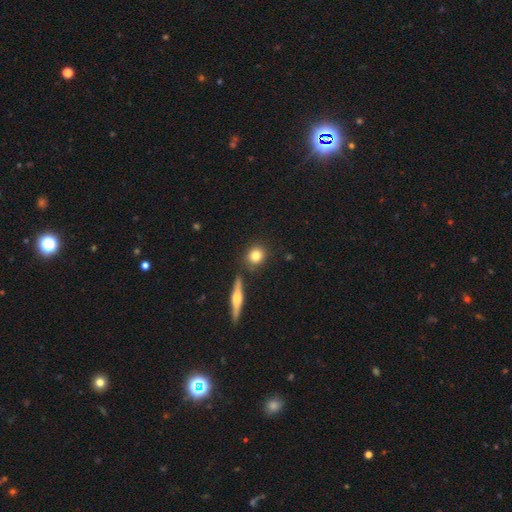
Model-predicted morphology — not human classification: Smooth or featured: smooth — 80% (featured or disk — 11%)
How rounded: round — 76% (in between — 20%)
Merging: none — 81% (minor disturbance — 9%)